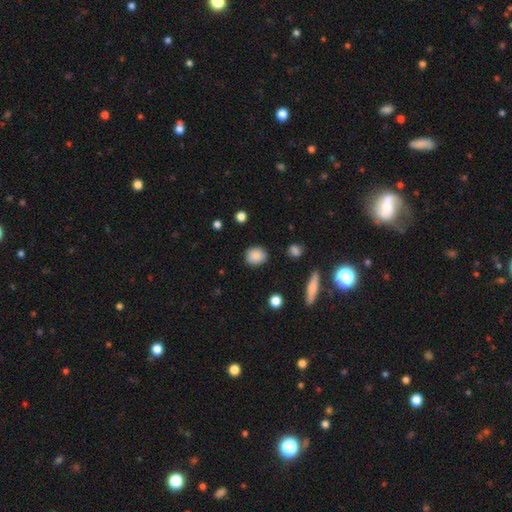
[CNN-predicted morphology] A smooth galaxy with no disk features (86%) that is round (68%). Merging: none (87%).